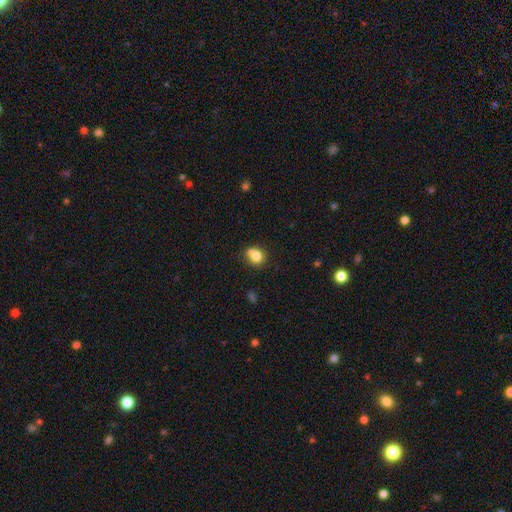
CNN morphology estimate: A smooth galaxy with no disk features (77%) that is round (69%). Merging: none (43%).